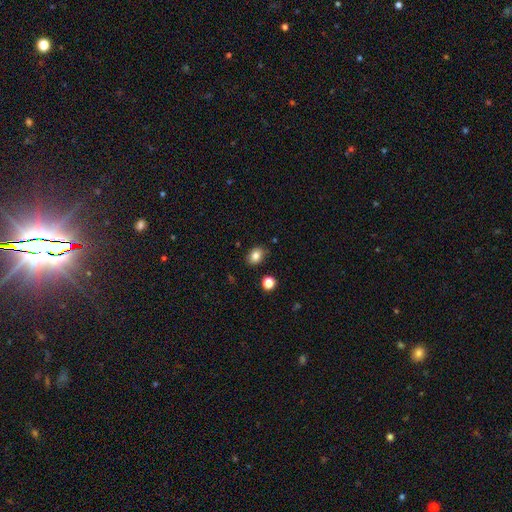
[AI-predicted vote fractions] smooth_or_featured: smooth (p=0.82) [alt: star or artifact p=0.10]
how_rounded: in between (p=0.63) [alt: round p=0.36]
merging: none (p=0.82) [alt: minor disturbance p=0.13]